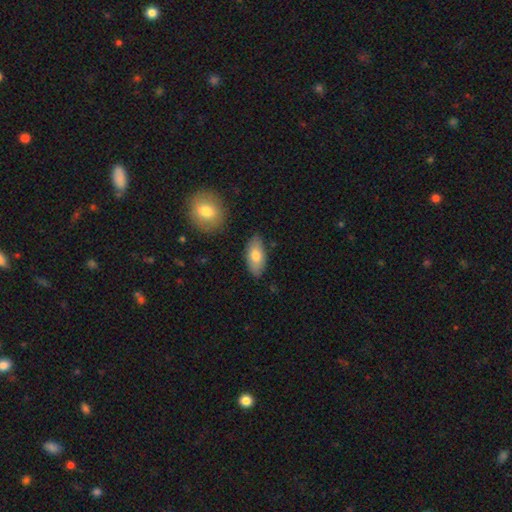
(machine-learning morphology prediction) A smooth galaxy with no disk features (75%) that is in between round and cigar-shaped (91%).

Vote fractions:
- Smooth or featured? smooth: 75% / featured or disk: 19% / star or artifact: 6%
- How rounded? in between: 91% / cigar-shaped: 6% / round: 3%
- Merging? none: 81% / minor disturbance: 14% / merger: 3% / major disturbance: 2%